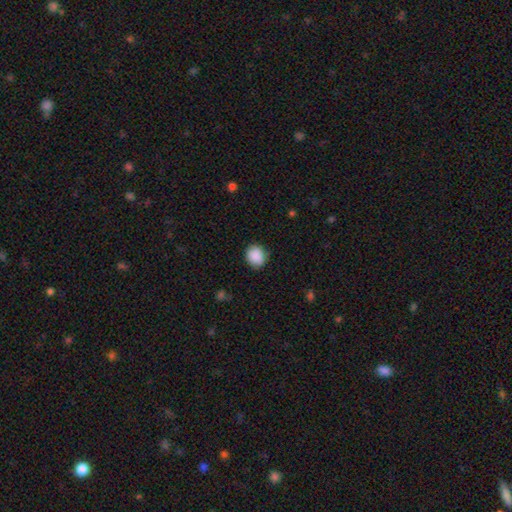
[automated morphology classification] Smooth or featured? Predicted: smooth (p=0.89). How rounded? Predicted: round (p=0.71). Merging? Predicted: none (p=0.84).